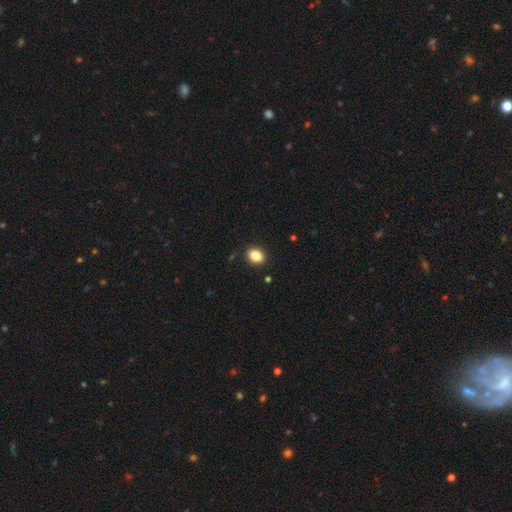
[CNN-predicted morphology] A smooth galaxy with no disk features (86%) that is in between round and cigar-shaped (72%). Merging: none (88%).